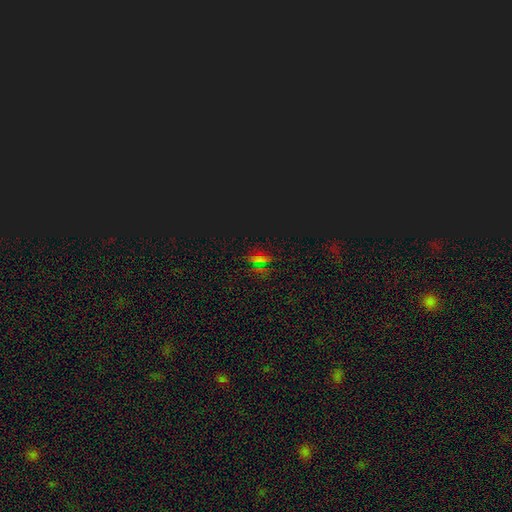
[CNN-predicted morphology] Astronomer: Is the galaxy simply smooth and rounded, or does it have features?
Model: star or artifact — 59%.